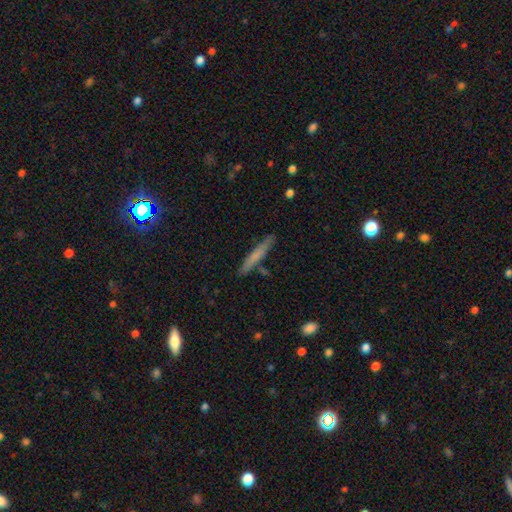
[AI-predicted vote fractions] A smooth galaxy with no disk features (63%) that is cigar-shaped (95%). Merging: none (85%).